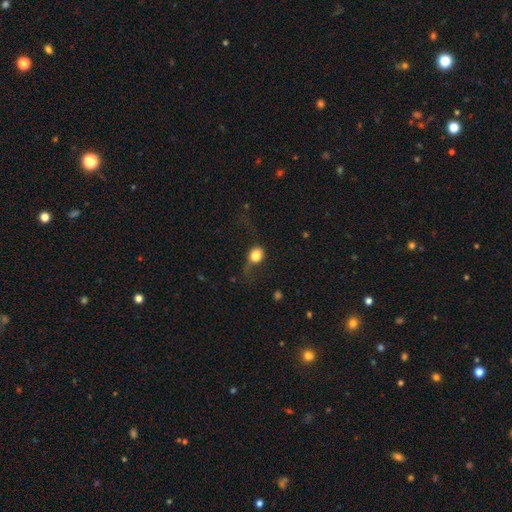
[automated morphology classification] Smooth or featured? smooth (77%)
How rounded? round (62%)
Merging? none (37%)